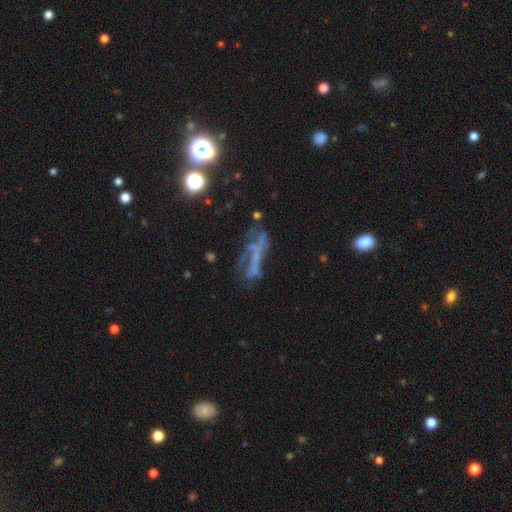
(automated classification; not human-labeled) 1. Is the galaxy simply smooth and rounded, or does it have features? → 46% featured or disk, 30% star or artifact, 24% smooth.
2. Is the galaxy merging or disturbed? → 39% none, 31% major disturbance, 18% minor disturbance, 12% merger.